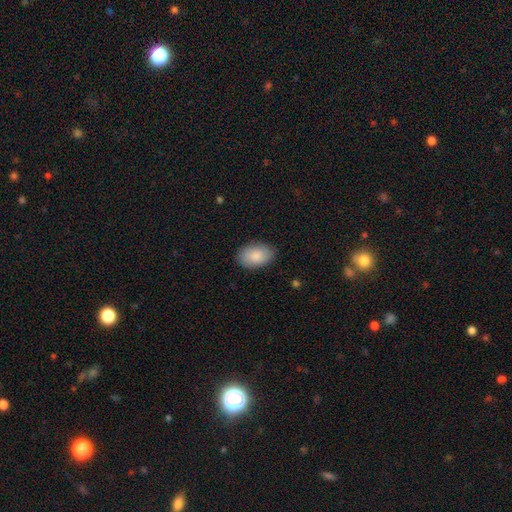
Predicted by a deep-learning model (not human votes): Morphology: type=smooth (87%); roundness=in between (89%); merging=none (85%).